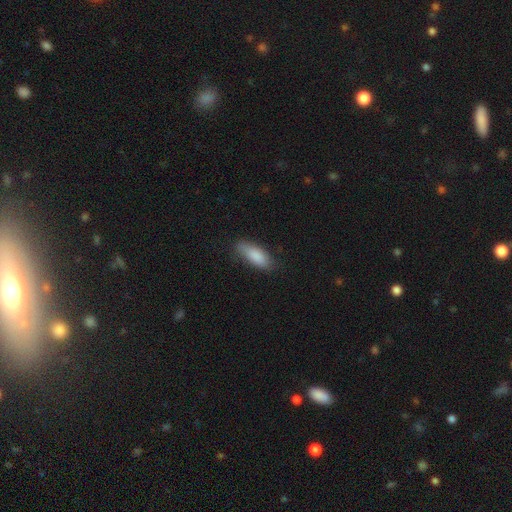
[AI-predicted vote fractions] A smooth galaxy with no disk features (86%) that is in between round and cigar-shaped (74%). Merging: none (76%).